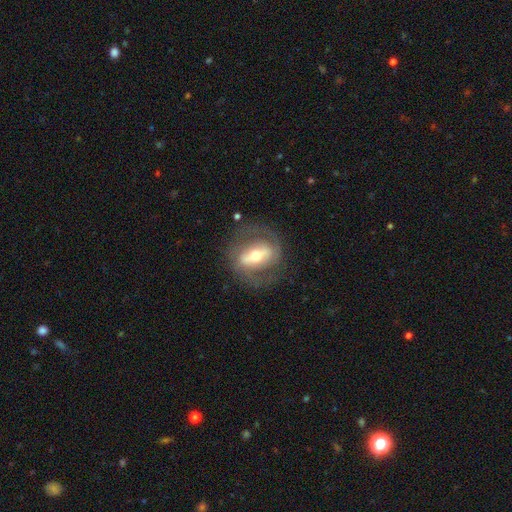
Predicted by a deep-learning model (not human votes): Smooth or featured? featured or disk (74%)
Edge-on disk? no (88%)
Bar? strong (62%)
Spiral arms? yes (62%)
Bulge size? moderate (66%)
Merging? none (72%)